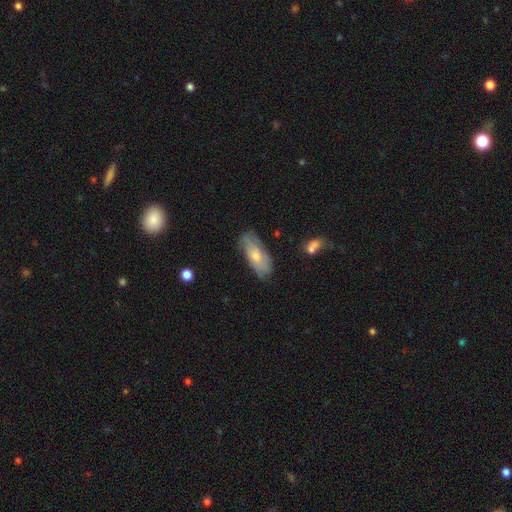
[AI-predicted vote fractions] smooth-or-featured: smooth: 51% | featured or disk: 42% | star or artifact: 7%
  how-rounded: in between: 77% | cigar-shaped: 20% | round: 3%
  merging: none: 71% | minor disturbance: 22% | major disturbance: 5% | merger: 2%